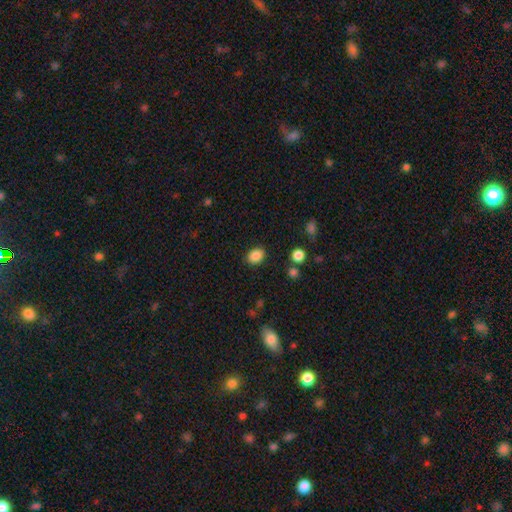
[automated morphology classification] This appears to be a smooth galaxy with no disk features (86%) that is in between round and cigar-shaped (60%). Merging: none (85%).